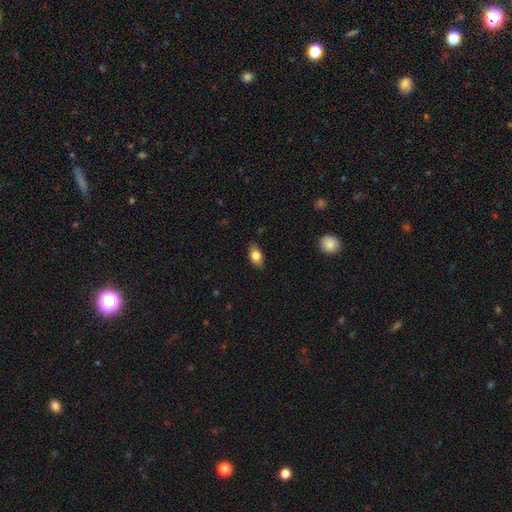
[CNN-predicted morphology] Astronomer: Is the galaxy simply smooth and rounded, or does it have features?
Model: smooth — 81%.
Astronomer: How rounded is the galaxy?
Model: in between — 84%.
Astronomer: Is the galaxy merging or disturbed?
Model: none — 83%.